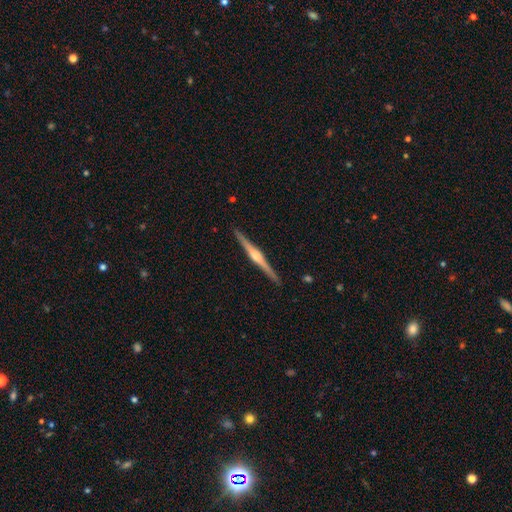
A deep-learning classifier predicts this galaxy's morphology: featured or disk 80%, smooth 15%, star or artifact 5%. Down the decision tree: edge-on disk — yes (99%); edge-on bulge — rounded (83%); merging — none (92%).